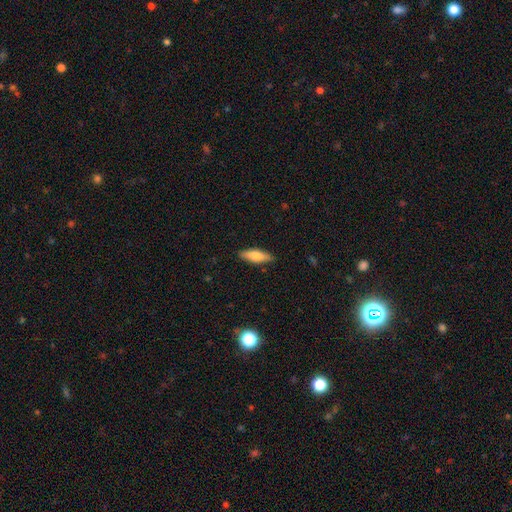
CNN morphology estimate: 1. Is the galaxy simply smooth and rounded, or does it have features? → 72% smooth, 22% featured or disk, 6% star or artifact.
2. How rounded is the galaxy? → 50% cigar-shaped, 48% in between, 2% round.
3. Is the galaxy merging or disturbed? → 88% none, 9% minor disturbance, 2% major disturbance, 1% merger.